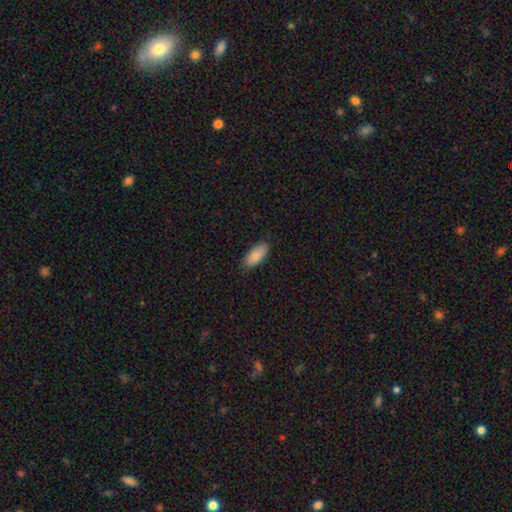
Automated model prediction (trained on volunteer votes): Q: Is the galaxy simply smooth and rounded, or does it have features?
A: smooth — 86%.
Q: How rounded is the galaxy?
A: in between — 87%.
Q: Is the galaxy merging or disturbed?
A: none — 84%.